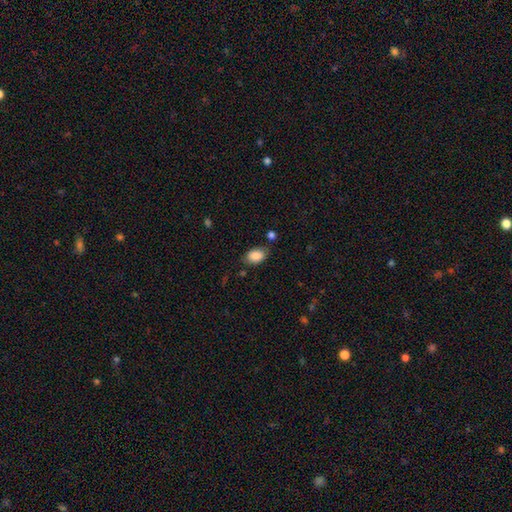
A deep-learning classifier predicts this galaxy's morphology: The model was most divided on "merging": none: 75%, minor disturbance: 16%, merger: 4%, major disturbance: 4%. More confident: smooth or featured — smooth (87%); how rounded — in between (87%).